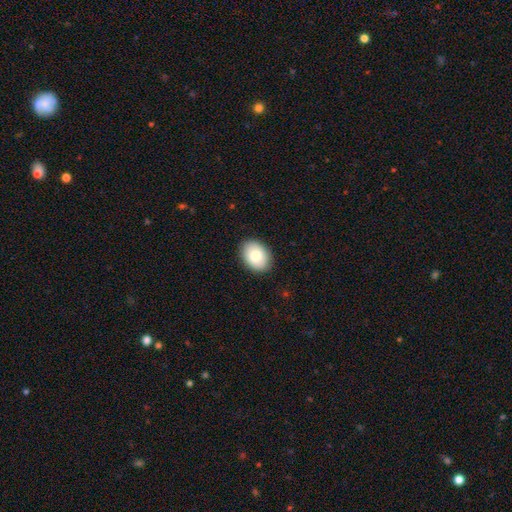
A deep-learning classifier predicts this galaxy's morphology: Smooth or featured?
  - smooth: 80% *
  - featured or disk: 13%
  - star or artifact: 7%
How rounded?
  - in between: 73% *
  - round: 26%
  - cigar-shaped: 1%
Merging?
  - none: 88% *
  - minor disturbance: 9%
  - major disturbance: 2%
  - merger: 1%